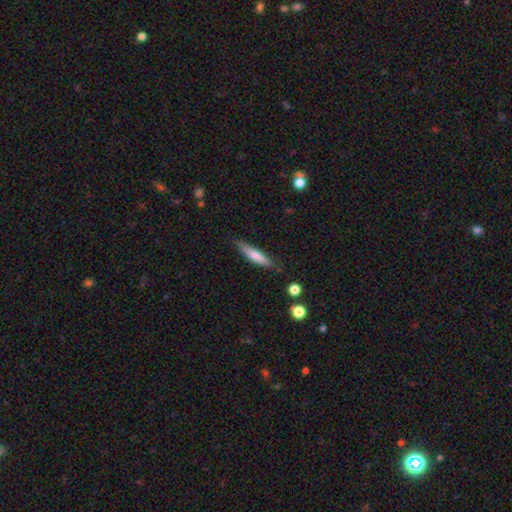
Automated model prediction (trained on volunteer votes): smooth 66%, featured or disk 28%, star or artifact 6%. Down the decision tree: how rounded — cigar-shaped (83%); merging — none (81%).